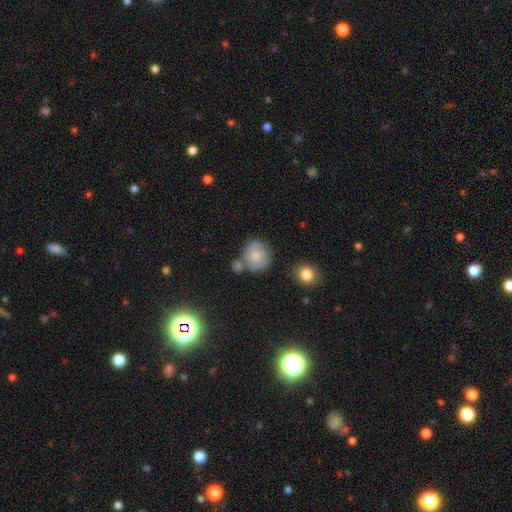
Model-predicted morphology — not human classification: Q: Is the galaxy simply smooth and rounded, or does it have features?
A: smooth — 68%.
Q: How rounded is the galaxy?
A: round — 84%.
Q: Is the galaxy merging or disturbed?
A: none — 56%.